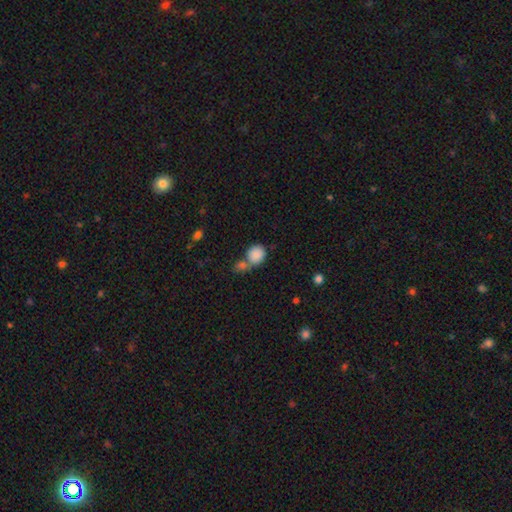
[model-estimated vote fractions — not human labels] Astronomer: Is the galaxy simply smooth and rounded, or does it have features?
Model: smooth — 86%.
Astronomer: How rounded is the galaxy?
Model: round — 74%.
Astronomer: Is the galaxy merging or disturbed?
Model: merger — 47% (runner-up: none, 38%).